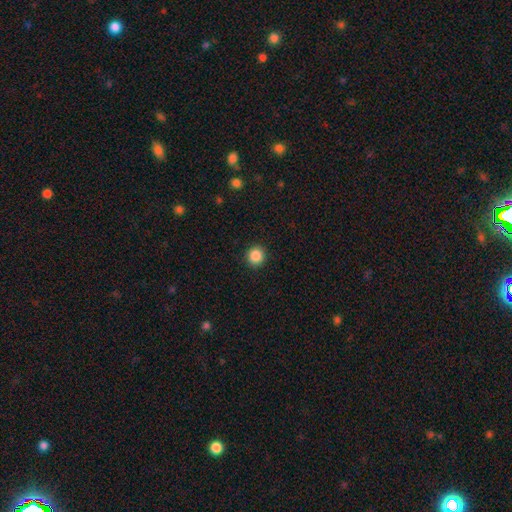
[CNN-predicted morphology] Q: Smooth or featured?
A: smooth (87%); runner-up: star or artifact (10%)
Q: How rounded?
A: round (93%); runner-up: in between (6%)
Q: Merging?
A: none (92%); runner-up: minor disturbance (5%)